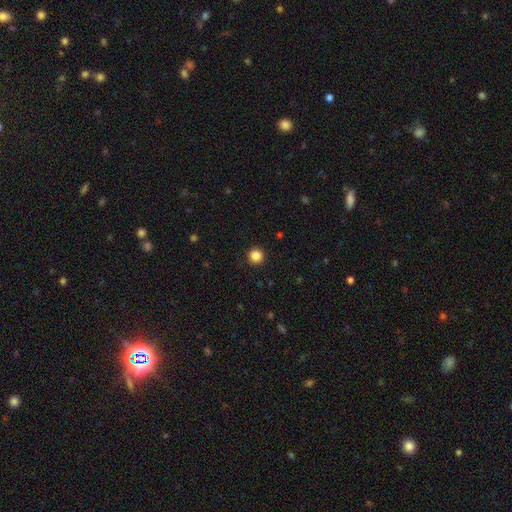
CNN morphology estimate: A smooth galaxy with no disk features (86%) that is round (96%).

Vote fractions:
- Smooth or featured? smooth: 86% / star or artifact: 11% / featured or disk: 3%
- How rounded? round: 96% / in between: 3% / cigar-shaped: 1%
- Merging? none: 93% / minor disturbance: 4% / major disturbance: 2% / merger: 1%